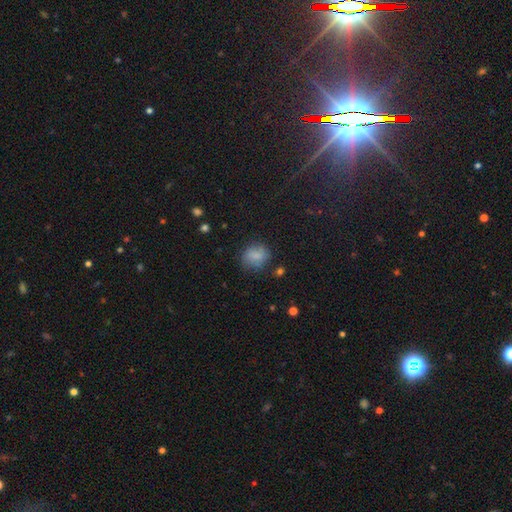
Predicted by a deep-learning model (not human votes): A smooth galaxy with no disk features (79%) that is round (66%). Merging: none (73%).